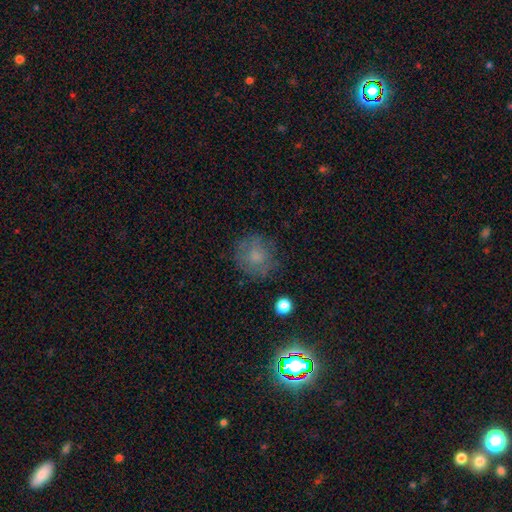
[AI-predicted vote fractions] The model was most divided on "smooth or featured": smooth: 63%, featured or disk: 21%, star or artifact: 16%. More confident: how rounded — round (88%); merging — none (74%).